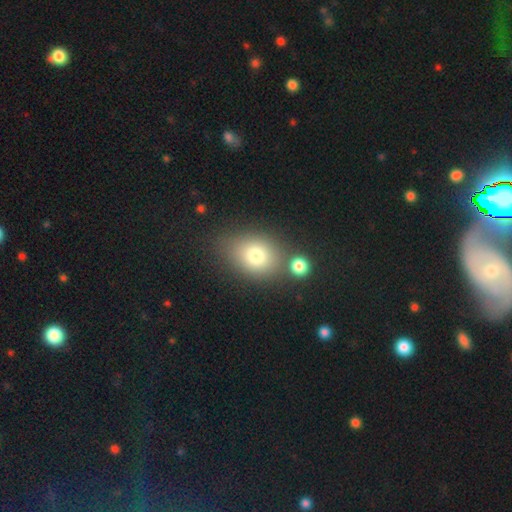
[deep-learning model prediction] Smooth or featured? smooth (77%)
How rounded? in between (56%)
Merging? none (62%)